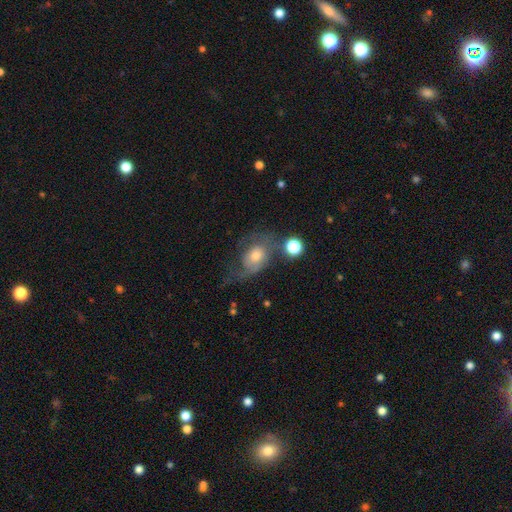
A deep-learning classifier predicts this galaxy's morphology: featured or disk 53%, smooth 36%, star or artifact 11%. Down the decision tree: edge-on disk — no (94%); bar — no (78%); spiral arms — yes (71%); bulge size — moderate (59%); merging — major disturbance (36%).